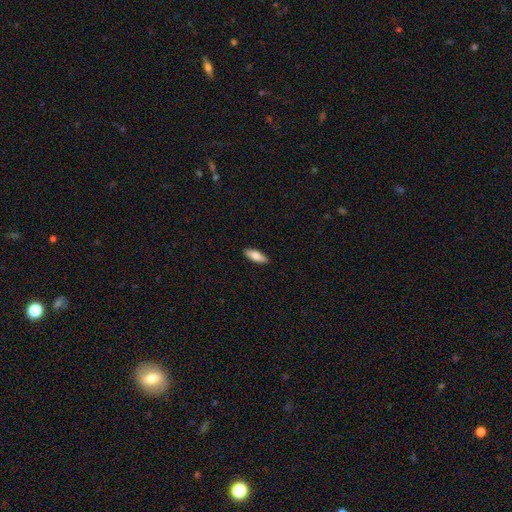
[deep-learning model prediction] Smooth or featured? smooth (75%)
How rounded? in between (63%)
Merging? none (89%)